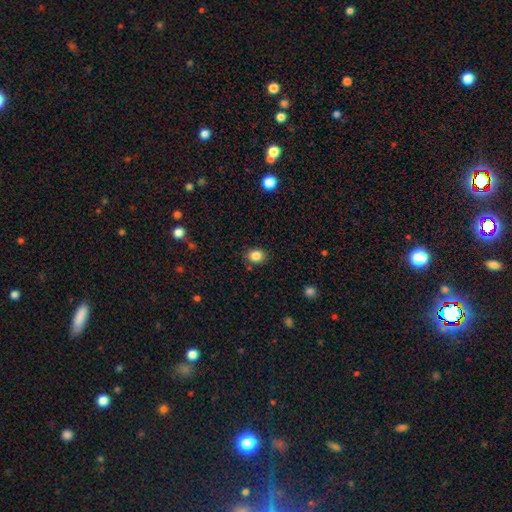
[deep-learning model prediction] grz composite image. It shows a smooth galaxy with no disk features (84%) that is round (61%). Merging: none (85%).